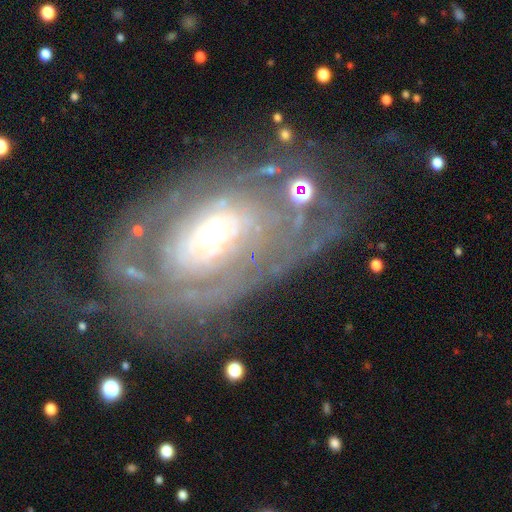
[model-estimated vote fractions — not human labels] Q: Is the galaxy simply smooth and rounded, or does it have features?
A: featured or disk — 80%.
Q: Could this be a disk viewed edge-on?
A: no — 94%.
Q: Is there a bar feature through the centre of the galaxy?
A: no — 67%.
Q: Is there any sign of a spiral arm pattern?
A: yes — 74%.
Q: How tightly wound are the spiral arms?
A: tight — 66%.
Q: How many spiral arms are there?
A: can't tell — 56%.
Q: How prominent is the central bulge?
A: small — 52%.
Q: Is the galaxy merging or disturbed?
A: none — 57%.